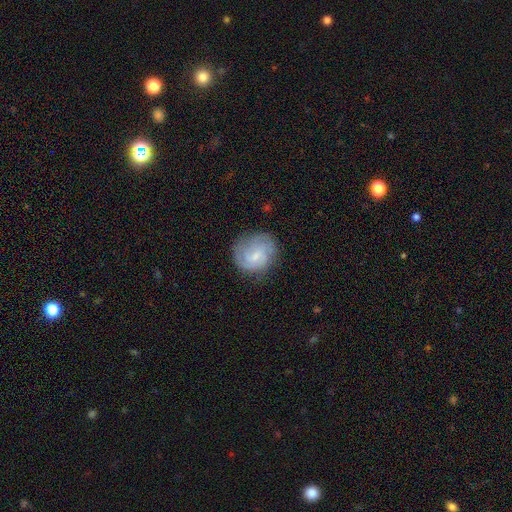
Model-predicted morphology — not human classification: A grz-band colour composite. It shows a featured or disk galaxy (58%) with a weak bar (50%), spiral arms (87%) and a small central bulge (57%). Merging: none (72%).